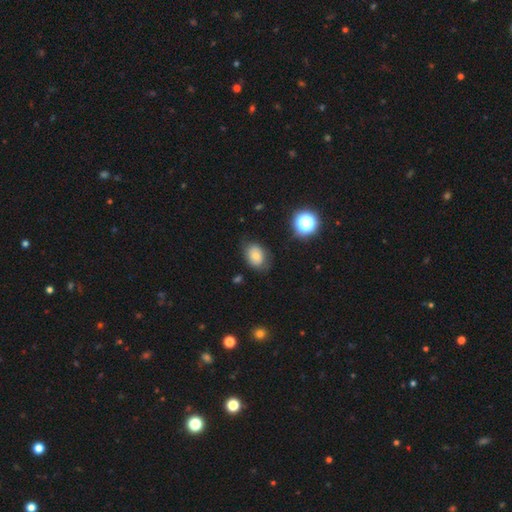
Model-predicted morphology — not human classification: This is likely a smooth galaxy (70%). How rounded: likely in between (69%). Merging: likely none (69%).